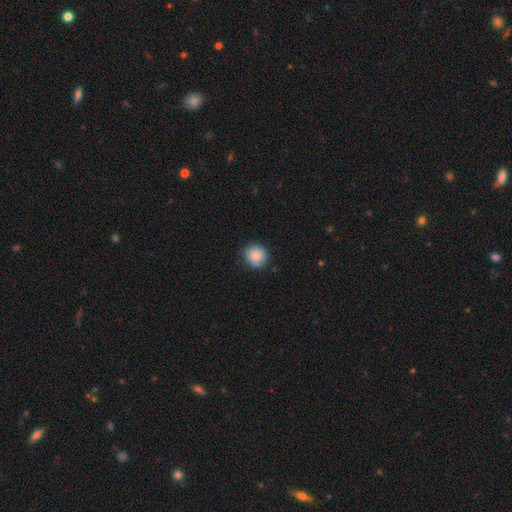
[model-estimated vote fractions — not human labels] Smooth or featured? smooth (87%)
How rounded? round (90%)
Merging? none (87%)